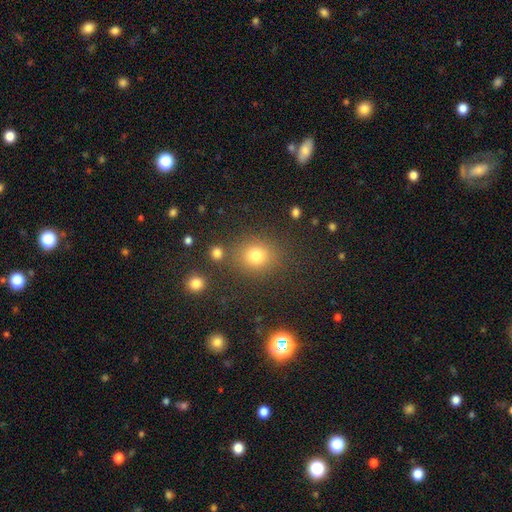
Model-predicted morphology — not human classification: The model was most divided on "how rounded": round: 75%, in between: 24%, cigar-shaped: 1%. More confident: merging — none (79%); smooth or featured — smooth (76%).